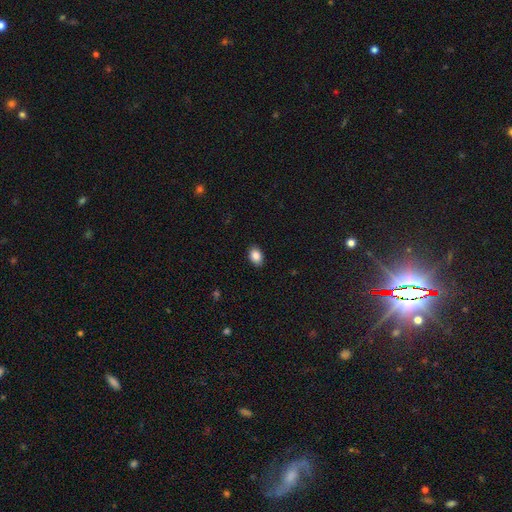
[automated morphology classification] smooth_or_featured: smooth (p=0.87) [alt: star or artifact p=0.08]
how_rounded: in between (p=0.79) [alt: round p=0.20]
merging: none (p=0.88) [alt: minor disturbance p=0.09]